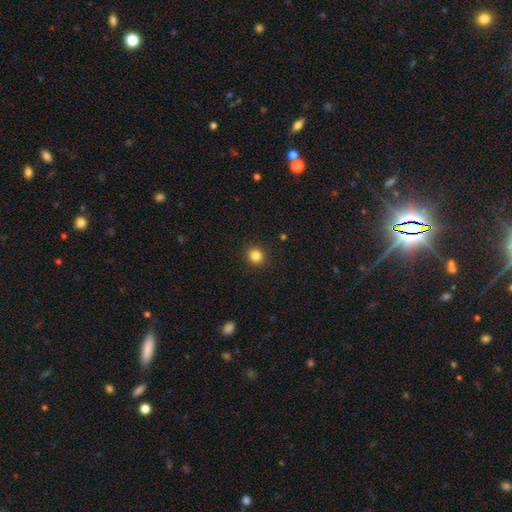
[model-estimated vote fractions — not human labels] Smooth or featured?
  - smooth: 84% *
  - star or artifact: 12%
  - featured or disk: 4%
How rounded?
  - round: 86% *
  - in between: 13%
  - cigar-shaped: 1%
Merging?
  - none: 92% *
  - minor disturbance: 5%
  - major disturbance: 2%
  - merger: 1%